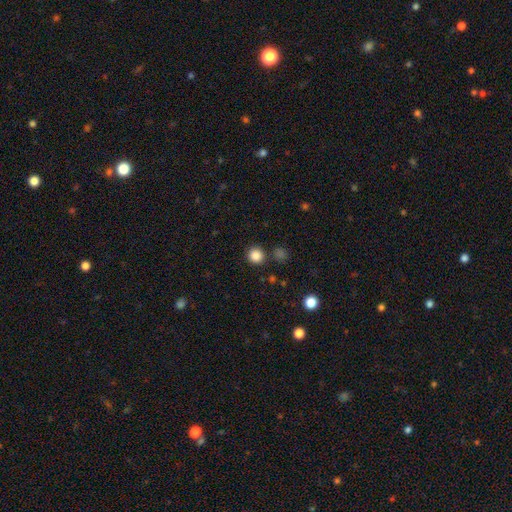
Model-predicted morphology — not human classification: Smooth or featured? smooth (85%)
How rounded? round (93%)
Merging? none (86%)